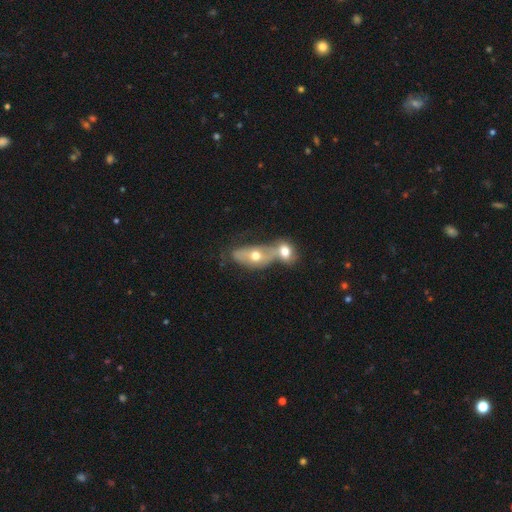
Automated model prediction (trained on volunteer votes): Smooth or featured?
  - smooth: 53% *
  - featured or disk: 39%
  - star or artifact: 8%
How rounded?
  - in between: 80% *
  - round: 12%
  - cigar-shaped: 7%
Merging?
  - merger: 70% *
  - none: 16%
  - minor disturbance: 8%
  - major disturbance: 6%